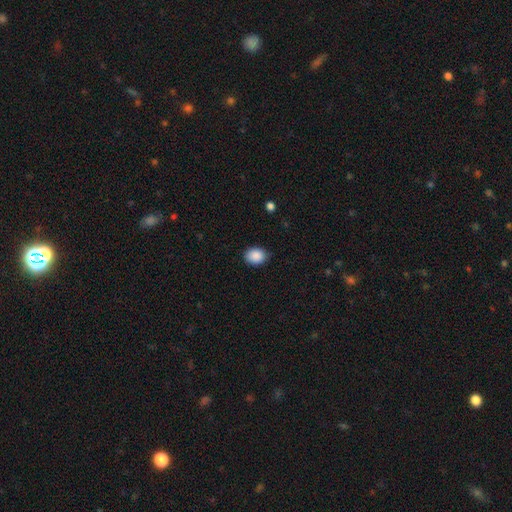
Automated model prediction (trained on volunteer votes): smooth-or-featured: smooth: 89% | star or artifact: 8% | featured or disk: 3%
  how-rounded: in between: 59% | round: 40% | cigar-shaped: 1%
  merging: none: 80% | minor disturbance: 16% | major disturbance: 3% | merger: 1%